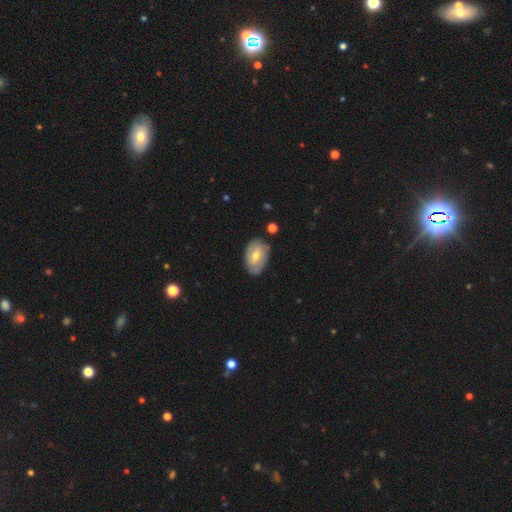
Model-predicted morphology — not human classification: This is possibly a smooth galaxy (50%). How rounded: clearly in between (88%). Merging: likely none (75%).